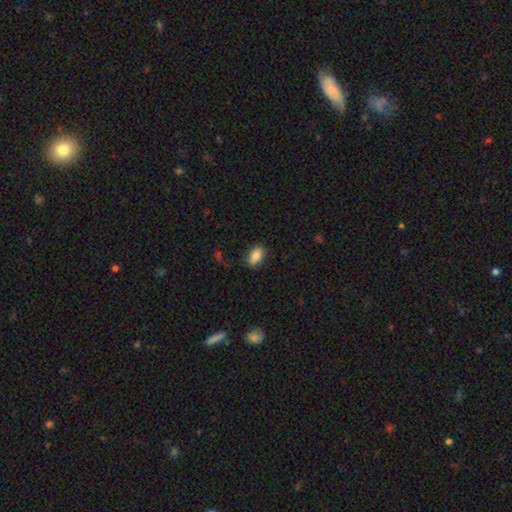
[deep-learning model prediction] Smooth or featured: smooth — 83% (featured or disk — 9%)
How rounded: in between — 89% (round — 9%)
Merging: none — 85% (minor disturbance — 11%)